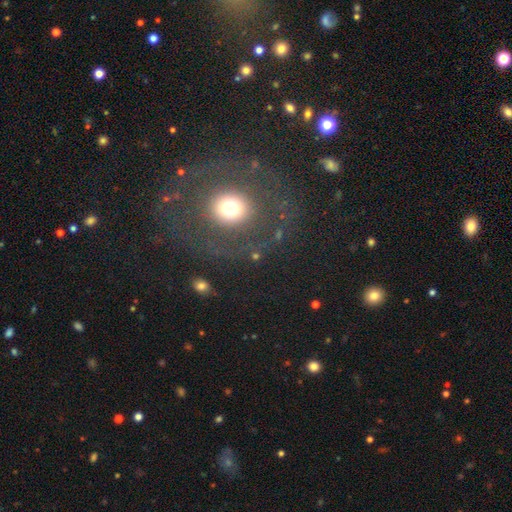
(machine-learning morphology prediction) type=smooth (55%); roundness=round (80%); merging=none (79%).